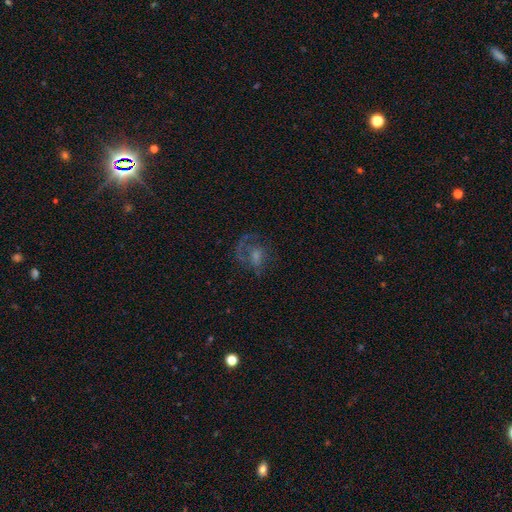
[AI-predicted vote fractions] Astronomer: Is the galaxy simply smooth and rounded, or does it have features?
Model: featured or disk — 63%.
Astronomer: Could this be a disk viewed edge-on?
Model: no — 97%.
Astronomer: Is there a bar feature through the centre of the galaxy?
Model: no — 59%.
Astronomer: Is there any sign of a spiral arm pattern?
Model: yes — 75%.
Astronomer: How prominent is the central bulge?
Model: small — 35%, tied with moderate at 35%.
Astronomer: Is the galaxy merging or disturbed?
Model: none — 50% (runner-up: major disturbance, 30%).